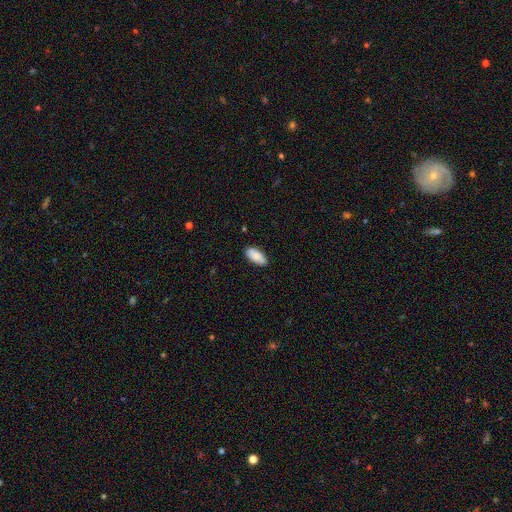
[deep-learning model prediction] smooth_or_featured: smooth (p=0.86) [alt: featured or disk p=0.08]
how_rounded: in between (p=0.89) [alt: cigar-shaped p=0.09]
merging: none (p=0.86) [alt: minor disturbance p=0.11]